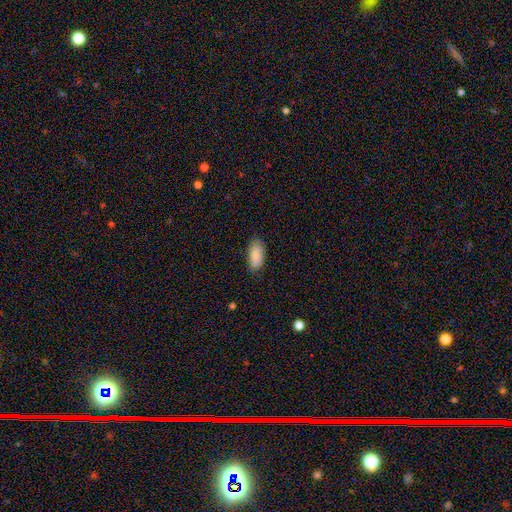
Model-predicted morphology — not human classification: Smooth or featured? Predicted: smooth (p=0.86). How rounded? Predicted: in between (p=0.91). Merging? Predicted: none (p=0.80).